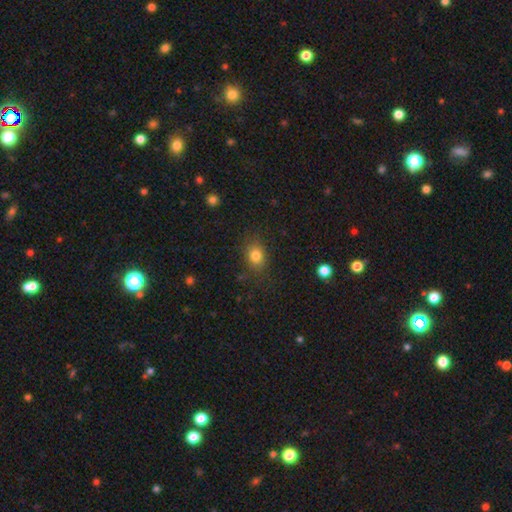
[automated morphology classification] Smooth or featured?
  - smooth: 82% *
  - star or artifact: 12%
  - featured or disk: 7%
How rounded?
  - in between: 53% *
  - round: 46%
  - cigar-shaped: 1%
Merging?
  - none: 81% *
  - minor disturbance: 13%
  - major disturbance: 4%
  - merger: 2%